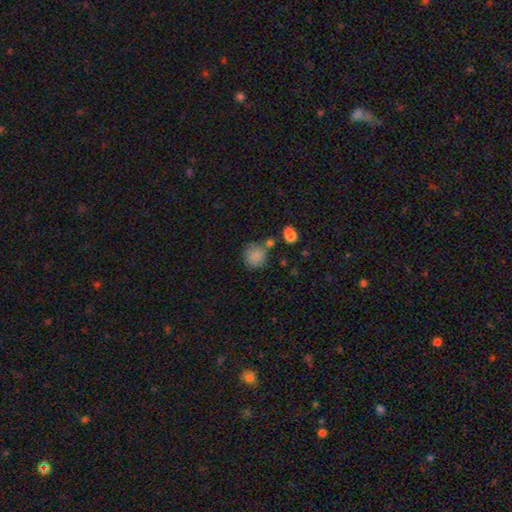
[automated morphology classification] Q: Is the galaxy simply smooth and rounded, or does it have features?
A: smooth — 83%.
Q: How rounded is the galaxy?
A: round — 84%.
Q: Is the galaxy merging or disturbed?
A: none — 64%.